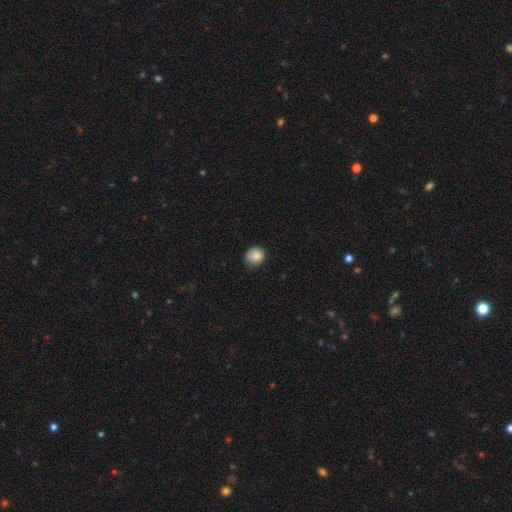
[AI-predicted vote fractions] This appears to be a smooth galaxy with no disk features (85%) that is round (80%). Merging: none (71%).